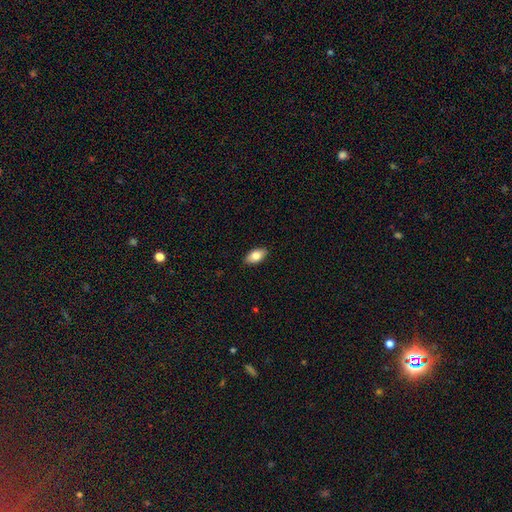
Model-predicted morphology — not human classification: This appears to be a smooth galaxy with no disk features (79%) that is in between round and cigar-shaped (93%). Merging: none (89%).